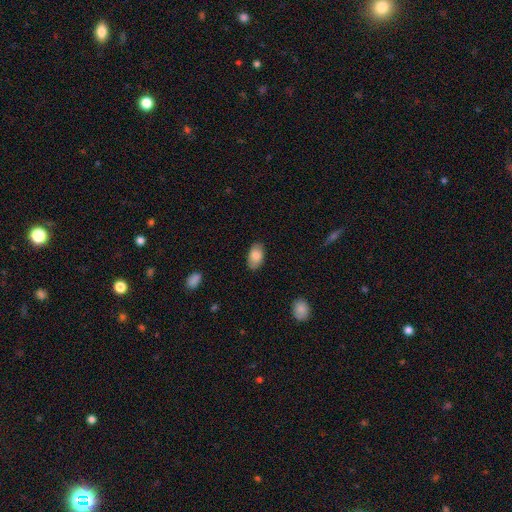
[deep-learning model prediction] A smooth galaxy with no disk features (84%) that is in between round and cigar-shaped (93%).

Vote fractions:
- Smooth or featured? smooth: 84% / featured or disk: 10% / star or artifact: 7%
- How rounded? in between: 93% / round: 5% / cigar-shaped: 2%
- Merging? none: 85% / minor disturbance: 12% / major disturbance: 2% / merger: 1%